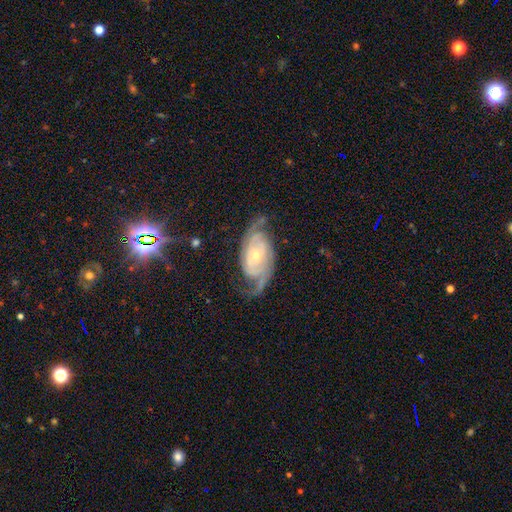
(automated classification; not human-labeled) Q: Smooth or featured?
A: featured or disk (88%); runner-up: smooth (6%)
Q: Edge-on disk?
A: no (96%); runner-up: yes (4%)
Q: Bar?
A: no (66%); runner-up: weak (26%)
Q: Spiral arms?
A: yes (97%); runner-up: no (3%)
Q: Spiral winding?
A: tight (45%); runner-up: medium (40%)
Q: Spiral arm count?
A: 2 (79%); runner-up: can't tell (8%)
Q: Bulge size?
A: small (66%); runner-up: moderate (29%)
Q: Merging?
A: none (70%); runner-up: minor disturbance (18%)